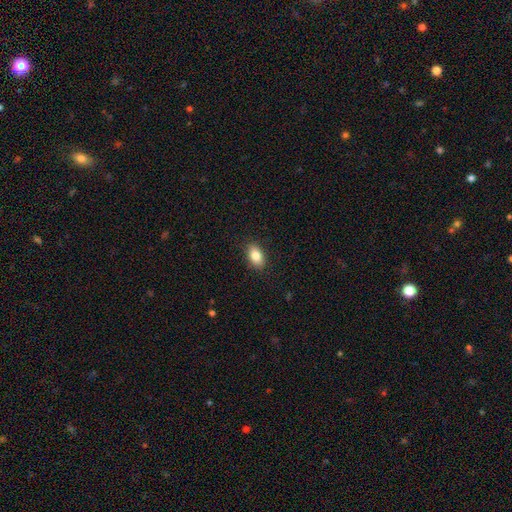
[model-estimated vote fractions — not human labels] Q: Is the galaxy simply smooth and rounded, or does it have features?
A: smooth — 83%.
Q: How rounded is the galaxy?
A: in between — 88%.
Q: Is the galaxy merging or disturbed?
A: none — 88%.